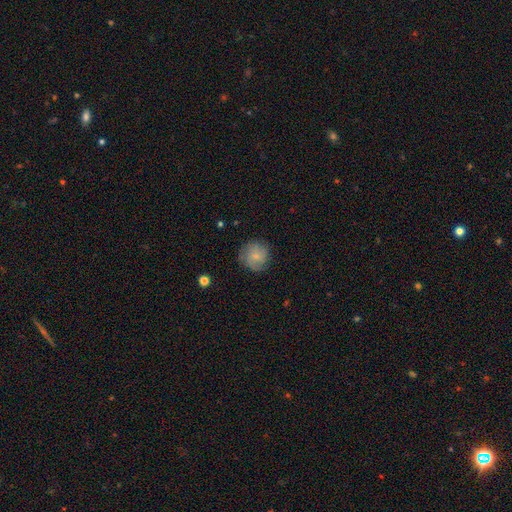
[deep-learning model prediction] The model was most divided on "smooth or featured": smooth: 63%, featured or disk: 29%, star or artifact: 8%. More confident: how rounded — round (91%); merging — none (78%).